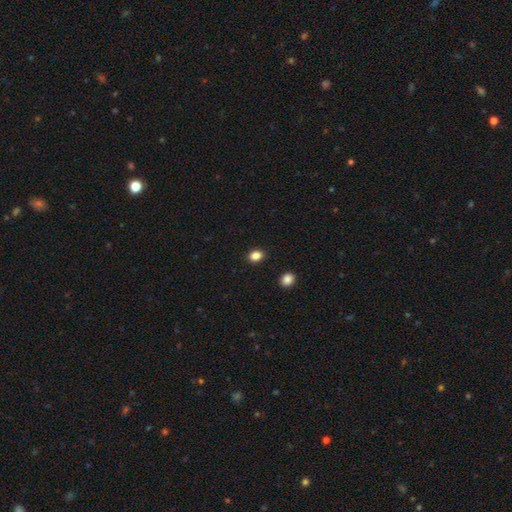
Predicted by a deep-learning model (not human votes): Morphology: type=smooth (85%); roundness=in between (55%); merging=none (90%).